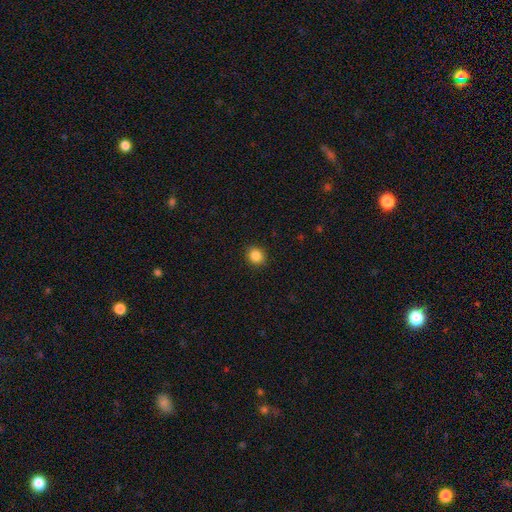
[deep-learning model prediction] Smooth or featured?
  - smooth: 86% *
  - star or artifact: 10%
  - featured or disk: 4%
How rounded?
  - round: 79% *
  - in between: 20%
  - cigar-shaped: 1%
Merging?
  - none: 91% *
  - minor disturbance: 6%
  - major disturbance: 2%
  - merger: 1%